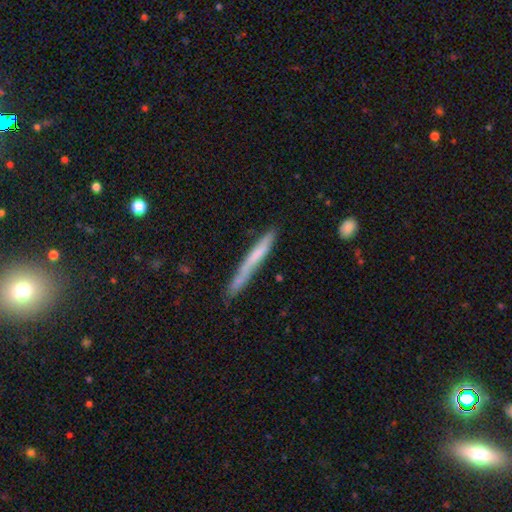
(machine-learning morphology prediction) Smooth or featured?
  - smooth: 58% *
  - featured or disk: 36%
  - star or artifact: 6%
How rounded?
  - cigar-shaped: 96% *
  - in between: 3%
  - round: 1%
Merging?
  - none: 69% *
  - minor disturbance: 20%
  - merger: 6%
  - major disturbance: 5%